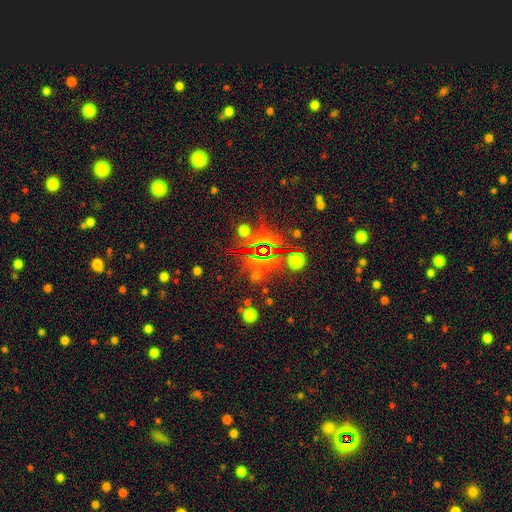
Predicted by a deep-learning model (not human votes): Smooth or featured? Predicted: star or artifact (p=0.79).